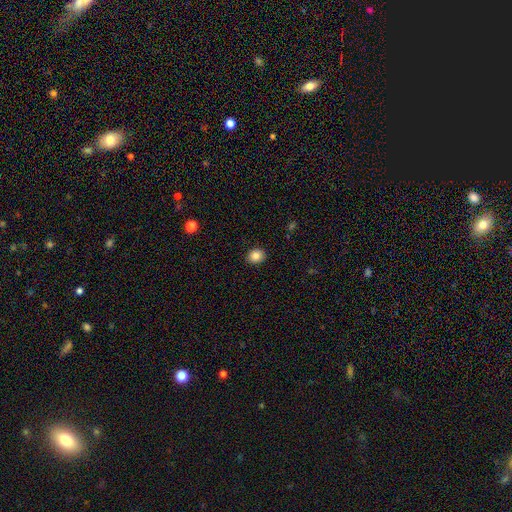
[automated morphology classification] smooth_or_featured: smooth (p=0.84) [alt: star or artifact p=0.10]
how_rounded: round (p=0.66) [alt: in between p=0.33]
merging: none (p=0.90) [alt: minor disturbance p=0.07]